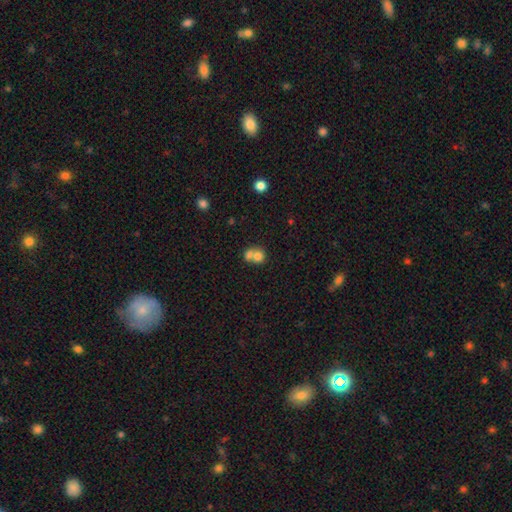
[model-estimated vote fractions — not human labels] A smooth galaxy with no disk features (73%) that is round (72%). Merging: merger (66%).